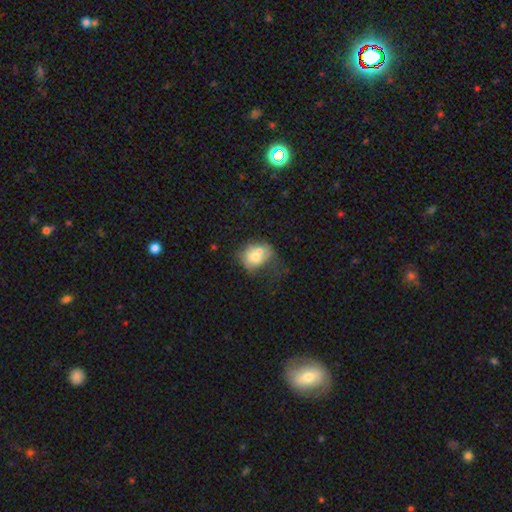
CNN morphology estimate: This appears to be a smooth galaxy with no disk features (63%) that is round (50%). Merging: merger (48%).